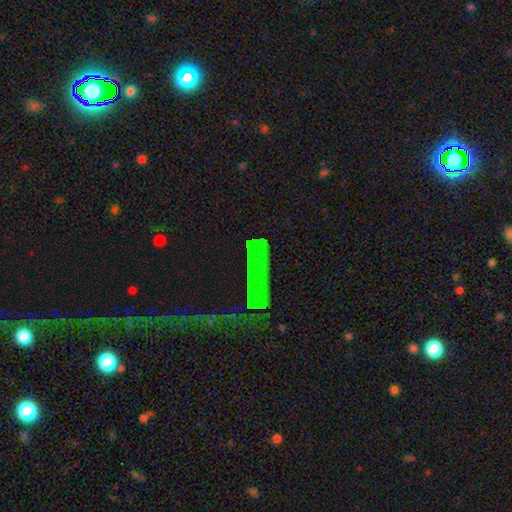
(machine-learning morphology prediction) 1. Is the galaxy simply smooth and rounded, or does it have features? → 59% star or artifact, 23% smooth, 18% featured or disk.